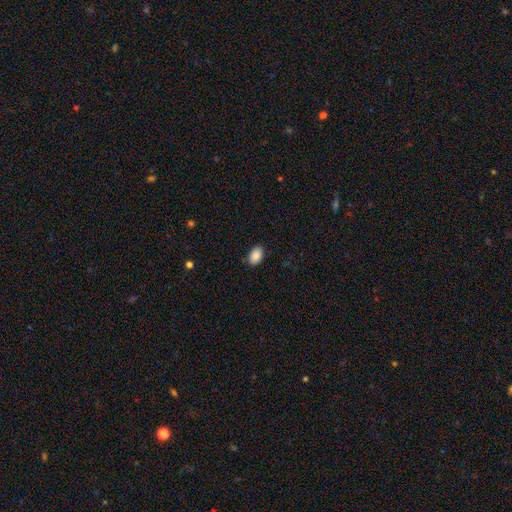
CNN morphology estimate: A smooth galaxy with no disk features (88%) that is in between round and cigar-shaped (89%).

Vote fractions:
- Smooth or featured? smooth: 88% / star or artifact: 7% / featured or disk: 5%
- How rounded? in between: 89% / round: 10% / cigar-shaped: 1%
- Merging? none: 86% / minor disturbance: 11% / major disturbance: 2% / merger: 1%